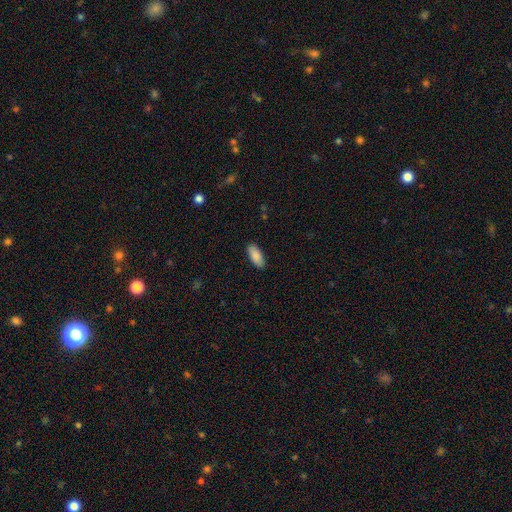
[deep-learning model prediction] A smooth galaxy with no disk features (90%) that is in between round and cigar-shaped (88%).

Vote fractions:
- Smooth or featured? smooth: 90% / star or artifact: 6% / featured or disk: 4%
- How rounded? in between: 88% / cigar-shaped: 11% / round: 2%
- Merging? none: 89% / minor disturbance: 8% / major disturbance: 2% / merger: 1%